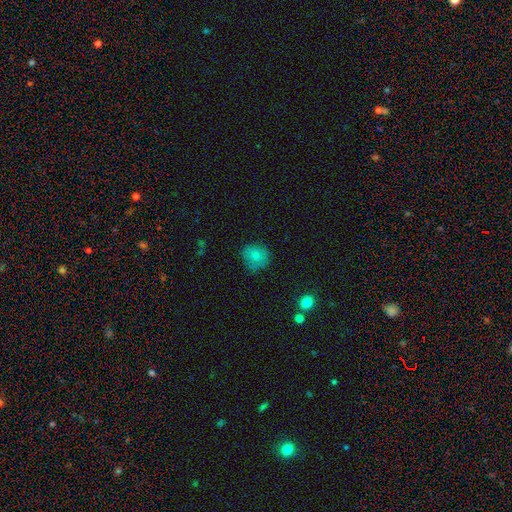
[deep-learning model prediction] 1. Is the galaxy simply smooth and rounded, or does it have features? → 78% smooth, 12% featured or disk, 10% star or artifact.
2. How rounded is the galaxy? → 80% round, 19% in between, 1% cigar-shaped.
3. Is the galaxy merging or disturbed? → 75% none, 19% minor disturbance, 4% major disturbance, 1% merger.